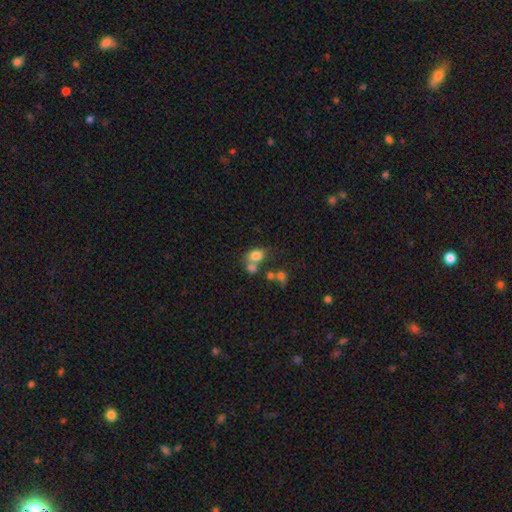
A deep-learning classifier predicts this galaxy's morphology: Smooth or featured: smooth — 77% (star or artifact — 12%)
How rounded: in between — 55% (round — 44%)
Merging: merger — 41% (tied with none — 41%)